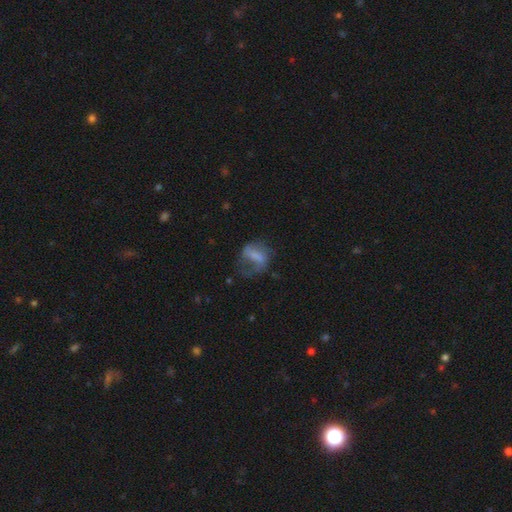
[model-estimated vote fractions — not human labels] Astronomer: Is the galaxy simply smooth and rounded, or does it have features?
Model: featured or disk — 51% (runner-up: smooth, 39%).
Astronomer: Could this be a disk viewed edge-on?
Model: no — 96%.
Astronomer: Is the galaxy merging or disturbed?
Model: major disturbance — 39% (runner-up: none, 35%).